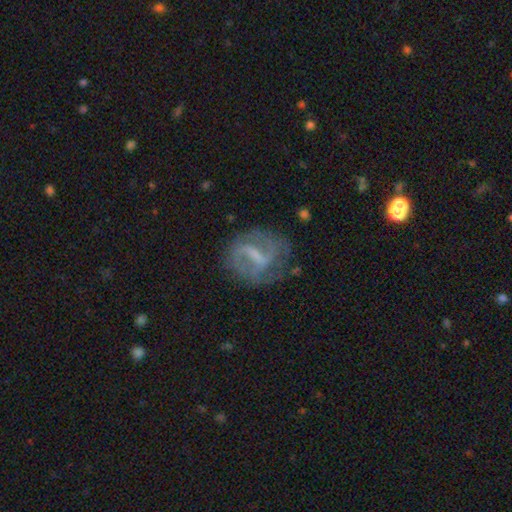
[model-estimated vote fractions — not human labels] featured or disk 78%, smooth 14%, star or artifact 7%. Down the decision tree: edge-on disk — no (97%); bar — weak (45%); spiral arms — yes (85%); spiral arm count — 2 (74%); spiral winding — medium (45%); bulge size — small (38%, tied with none); merging — none (66%).